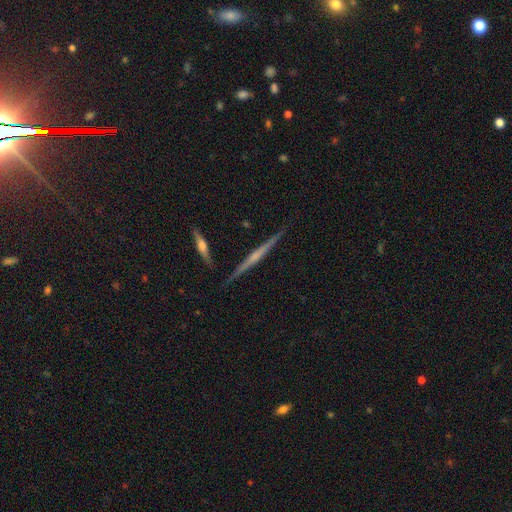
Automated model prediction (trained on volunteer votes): This appears to be a featured or disk galaxy (76%) viewed edge-on (98%) with a rounded central bulge (55%). Merging: none (87%).